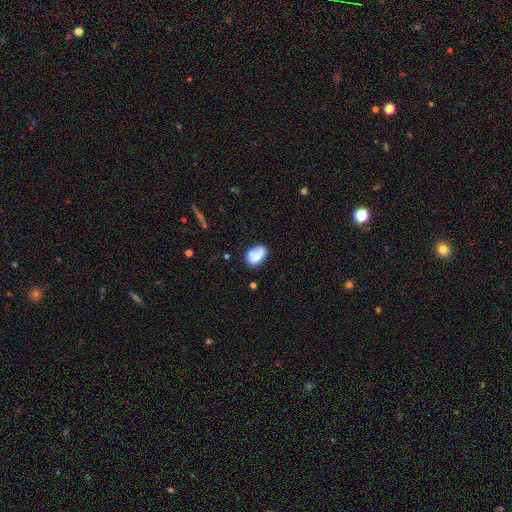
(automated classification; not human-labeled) This appears to be a smooth galaxy with no disk features (70%) that is in between round and cigar-shaped (86%). Merging: none (45%).